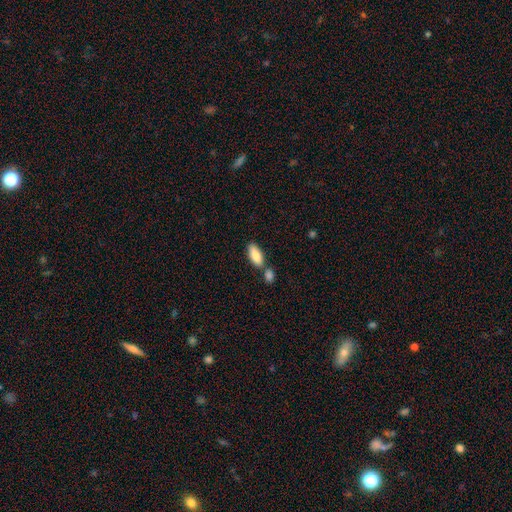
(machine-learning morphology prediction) smooth 84%, featured or disk 10%, star or artifact 6%. Down the decision tree: how rounded — in between (85%); merging — none (60%).